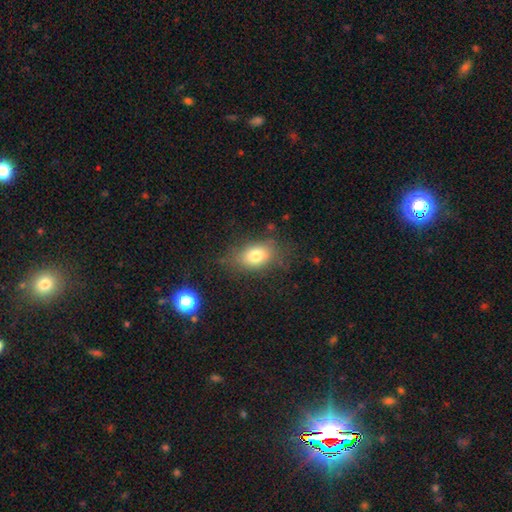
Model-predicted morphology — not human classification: type=smooth (76%); roundness=in between (77%); merging=none (72%).